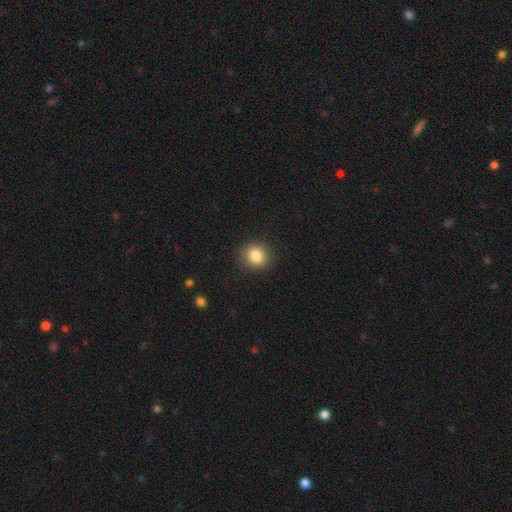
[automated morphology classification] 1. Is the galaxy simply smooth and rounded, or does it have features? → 85% smooth, 10% star or artifact, 5% featured or disk.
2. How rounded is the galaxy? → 81% round, 19% in between, 1% cigar-shaped.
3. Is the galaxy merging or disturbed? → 89% none, 8% minor disturbance, 2% major disturbance, 1% merger.